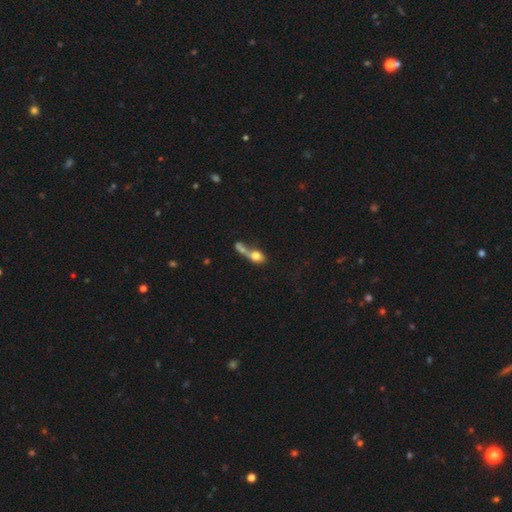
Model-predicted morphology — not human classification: Smooth or featured? Predicted: smooth (p=0.66). How rounded? Predicted: in between (p=0.50). Merging? Predicted: merger (p=0.55).